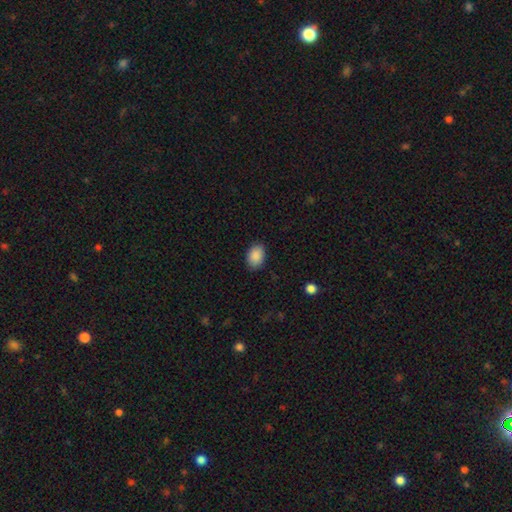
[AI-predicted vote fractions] smooth 90%, star or artifact 7%, featured or disk 3%. Down the decision tree: how rounded — in between (81%); merging — none (86%).